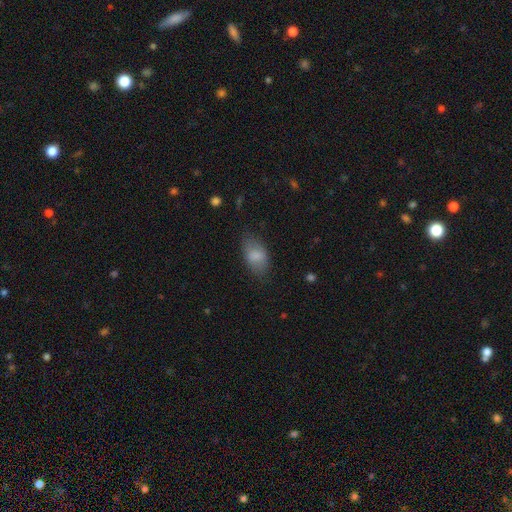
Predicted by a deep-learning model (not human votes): Smooth or featured?
  - smooth: 80% *
  - featured or disk: 13%
  - star or artifact: 7%
How rounded?
  - in between: 91% *
  - round: 6%
  - cigar-shaped: 3%
Merging?
  - none: 72% *
  - minor disturbance: 20%
  - major disturbance: 7%
  - merger: 1%